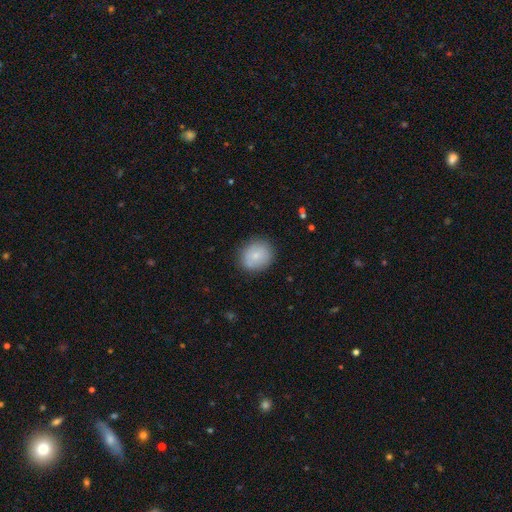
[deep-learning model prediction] Overall: smooth (78%). How rounded: round (75%). Merging: none (81%).